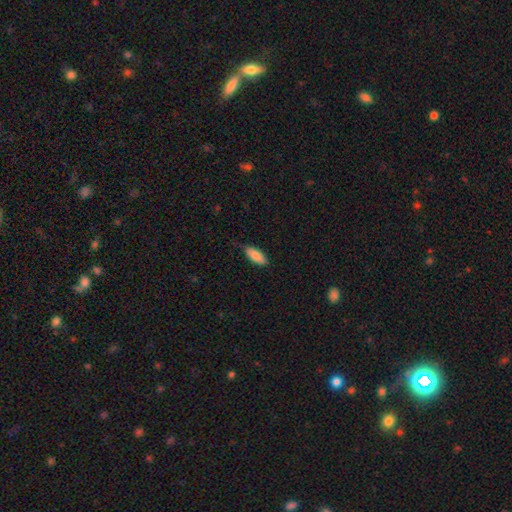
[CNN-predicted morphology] smooth 86%, featured or disk 8%, star or artifact 6%. Down the decision tree: how rounded — in between (79%); merging — none (71%).